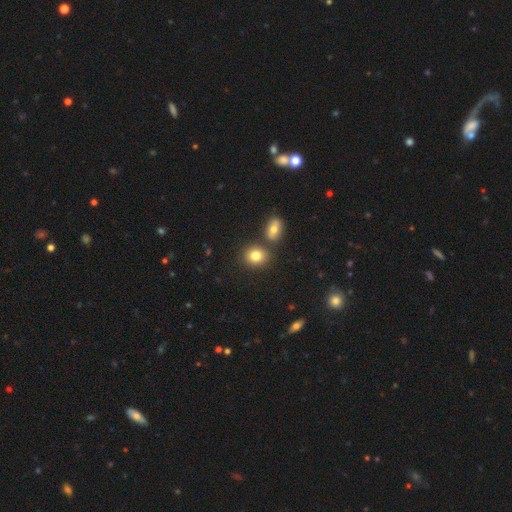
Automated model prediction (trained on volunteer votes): The model was most divided on "how rounded": round: 63%, in between: 35%, cigar-shaped: 1%. More confident: smooth or featured — smooth (81%); merging — none (69%).